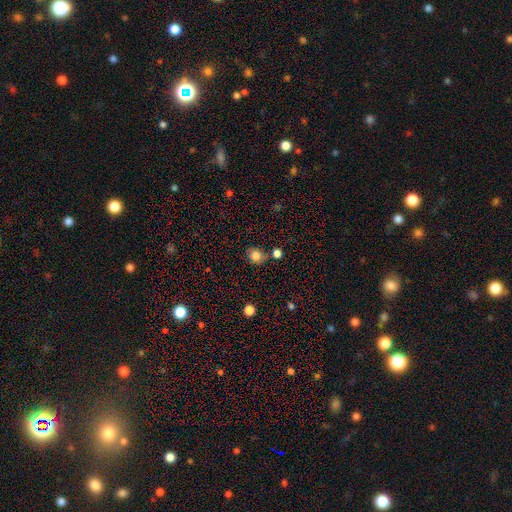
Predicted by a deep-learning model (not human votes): A smooth galaxy with no disk features (81%) that is round (77%). Merging: none (75%).